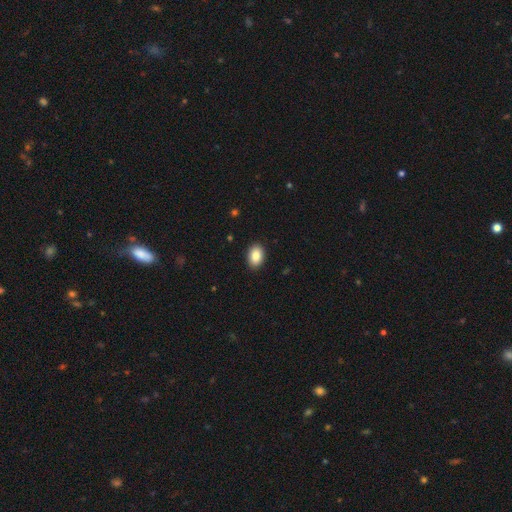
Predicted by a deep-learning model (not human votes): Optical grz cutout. It shows a smooth galaxy with no disk features (87%) that is in between round and cigar-shaped (84%). Merging: none (90%).